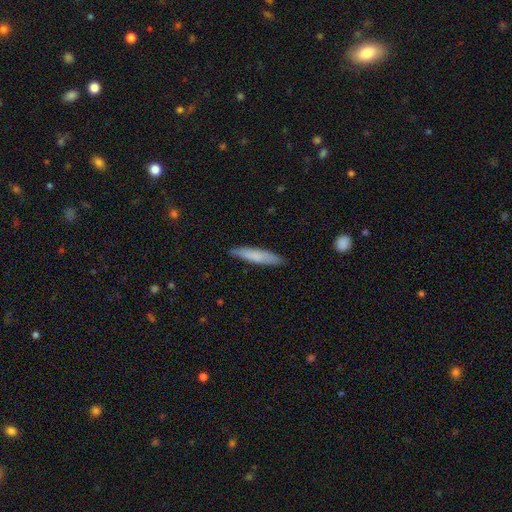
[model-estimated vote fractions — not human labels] This is likely a smooth galaxy (75%). How rounded: clearly cigar-shaped (88%). Merging: clearly none (87%).